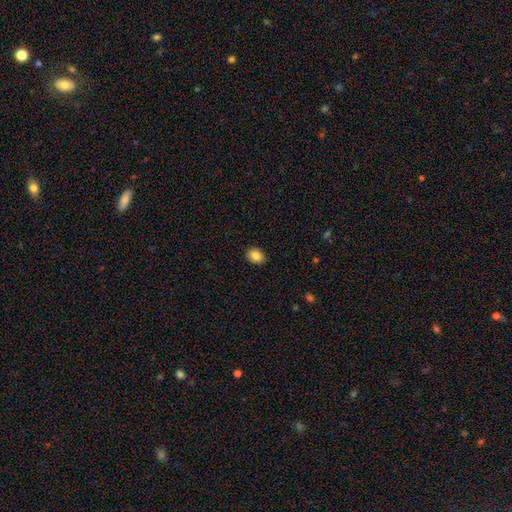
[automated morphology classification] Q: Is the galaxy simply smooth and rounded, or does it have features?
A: smooth — 86%.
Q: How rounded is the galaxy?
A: in between — 53%.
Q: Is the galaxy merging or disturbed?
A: none — 90%.